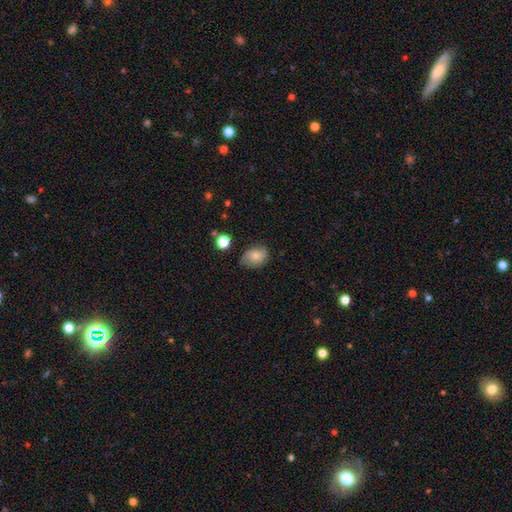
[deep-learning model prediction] Smooth or featured: smooth — 63% (featured or disk — 27%)
How rounded: in between — 66% (round — 33%)
Merging: none — 66% (minor disturbance — 25%)